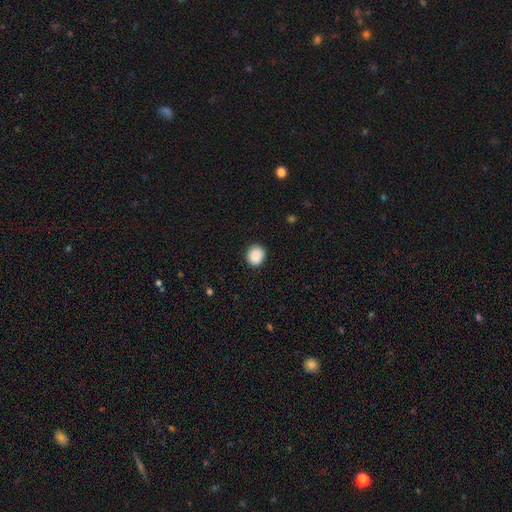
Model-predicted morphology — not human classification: This appears to be a smooth galaxy with no disk features (90%) that is round (76%). Merging: none (89%).